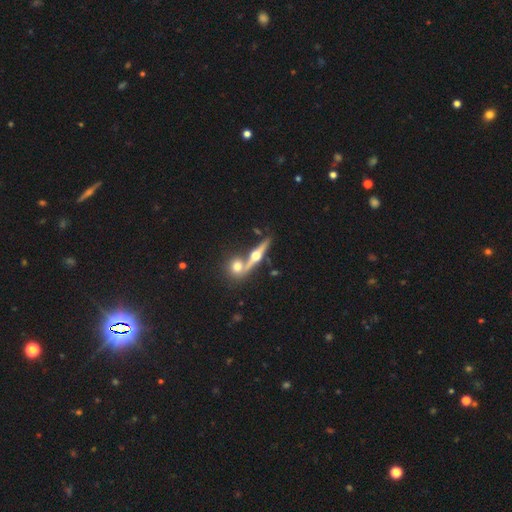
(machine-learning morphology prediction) Smooth or featured? Predicted: featured or disk (p=0.77). Edge-on disk? Predicted: yes (p=0.96). Edge-on bulge? Predicted: rounded (p=0.96). Merging? Predicted: none (p=0.68).